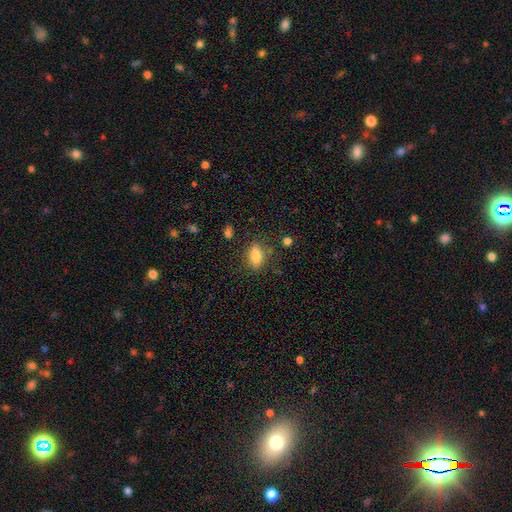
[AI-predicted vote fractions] Smooth or featured? smooth (77%)
How rounded? in between (77%)
Merging? none (78%)